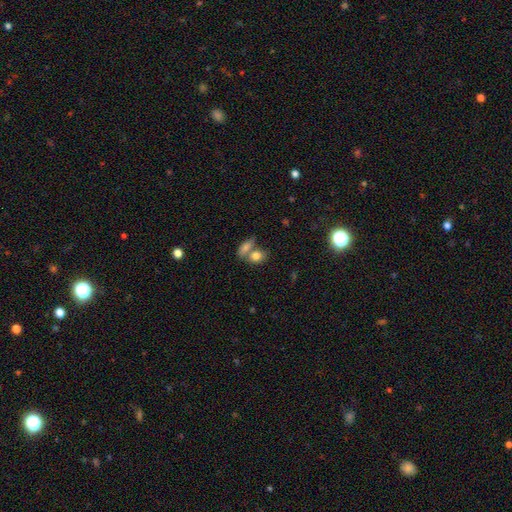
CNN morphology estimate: A smooth galaxy with no disk features (80%) that is in between round and cigar-shaped (64%).

Vote fractions:
- Smooth or featured? smooth: 80% / featured or disk: 11% / star or artifact: 9%
- How rounded? in between: 64% / round: 32% / cigar-shaped: 3%
- Merging? merger: 50% / none: 36% / minor disturbance: 10% / major disturbance: 4%